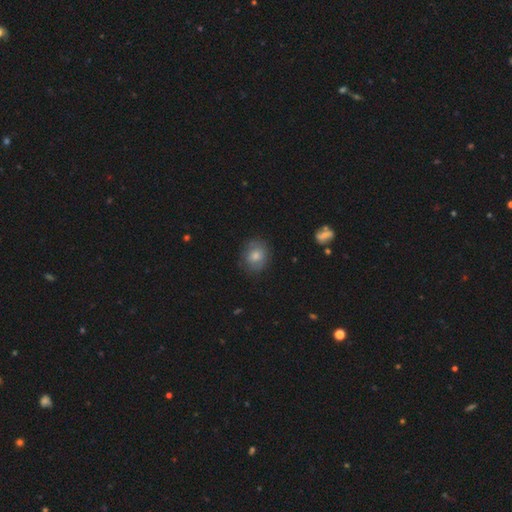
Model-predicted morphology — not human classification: A smooth galaxy with no disk features (70%) that is round (68%). Merging: none (77%).